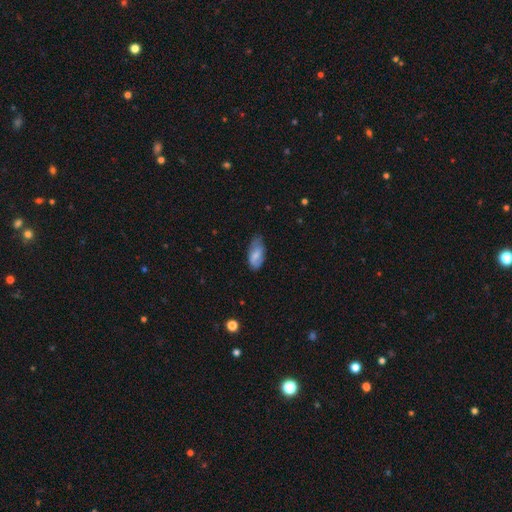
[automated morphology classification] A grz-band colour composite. It shows a smooth galaxy with no disk features (70%) that is in between round and cigar-shaped (91%). Merging: none (56%).